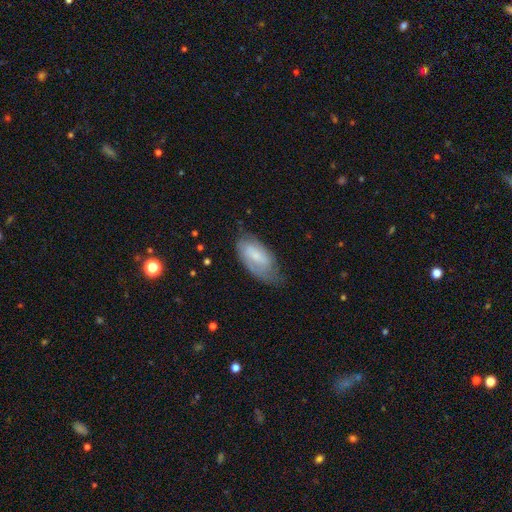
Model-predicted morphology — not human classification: Smooth or featured? Predicted: smooth (p=0.52). How rounded? Predicted: in between (p=0.90). Merging? Predicted: none (p=0.51).